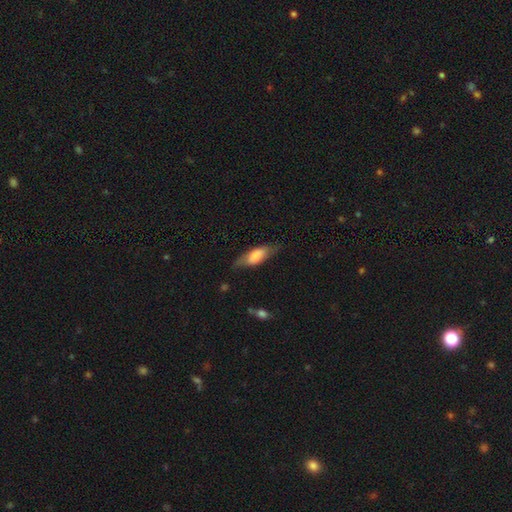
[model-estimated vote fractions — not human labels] Q: Smooth or featured?
A: smooth (65%); runner-up: featured or disk (29%)
Q: How rounded?
A: in between (67%); runner-up: cigar-shaped (31%)
Q: Merging?
A: none (68%); runner-up: minor disturbance (22%)